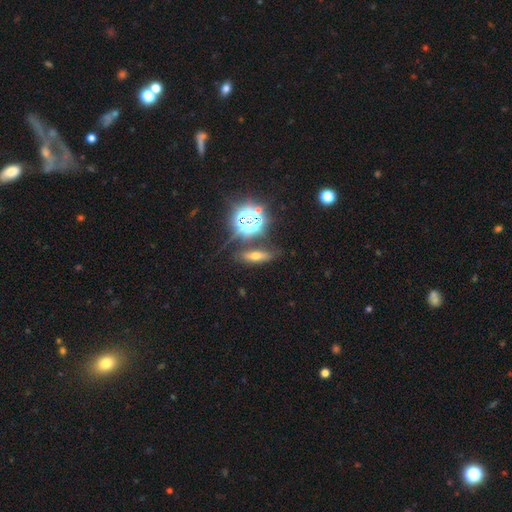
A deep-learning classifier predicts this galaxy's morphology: Smooth or featured?
  - smooth: 41% *
  - star or artifact: 31%
  - featured or disk: 27%
Merging?
  - none: 76% *
  - minor disturbance: 13%
  - merger: 6%
  - major disturbance: 5%